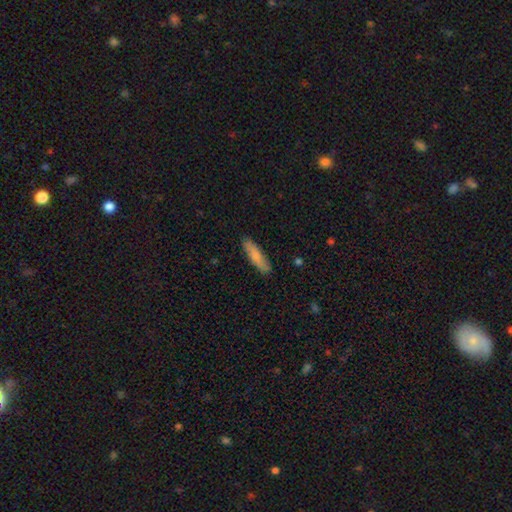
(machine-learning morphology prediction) Smooth or featured? Predicted: smooth (p=0.80). How rounded? Predicted: cigar-shaped (p=0.75). Merging? Predicted: none (p=0.88).